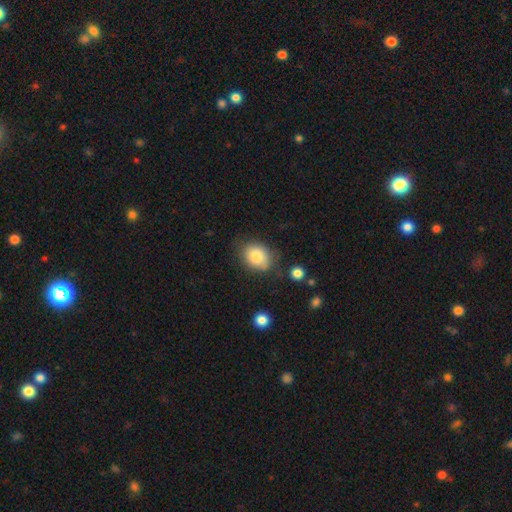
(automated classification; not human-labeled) The model was most divided on "how rounded": in between: 58%, round: 41%, cigar-shaped: 1%. More confident: smooth or featured — smooth (82%); merging — none (71%).